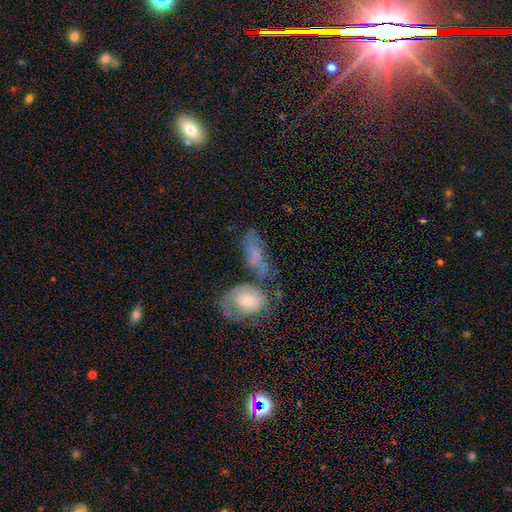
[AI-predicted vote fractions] This appears to be a smooth galaxy with no disk features (47%). Merging: merger (39%).